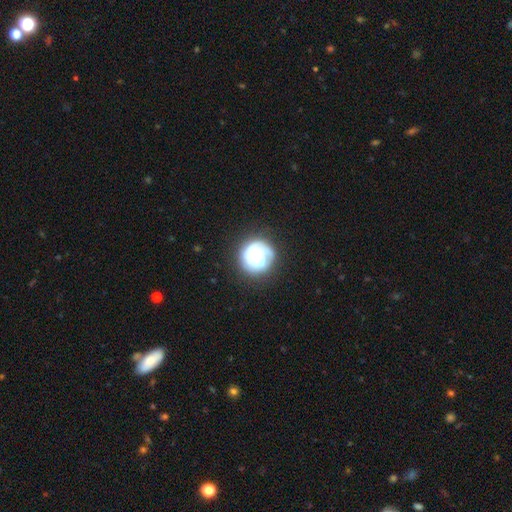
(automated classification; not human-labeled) The model was most divided on "spiral arm count": can't tell: 27%, 2: 26%, 3: 20%, 1: 19%, 4: 4%, more than 4: 4%. More confident: edge-on disk — no (98%); spiral arms — yes (85%); bar — no (76%); merging — none (75%); spiral winding — tight (65%); smooth or featured — featured or disk (63%); bulge size — moderate (55%).